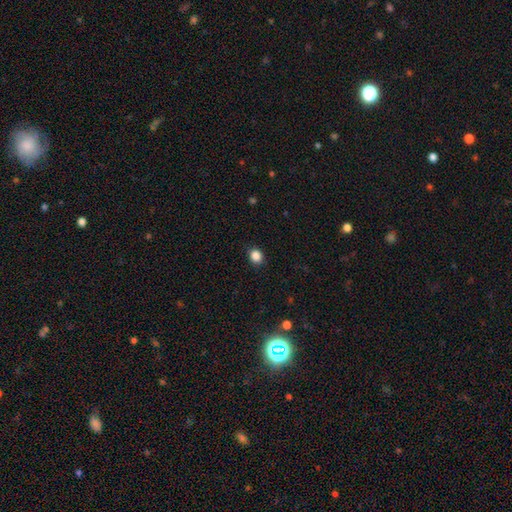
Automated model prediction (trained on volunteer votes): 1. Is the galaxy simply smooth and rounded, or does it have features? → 85% smooth, 11% star or artifact, 3% featured or disk.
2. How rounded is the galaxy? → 69% round, 31% in between, 1% cigar-shaped.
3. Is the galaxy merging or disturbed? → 90% none, 7% minor disturbance, 2% major disturbance, 1% merger.